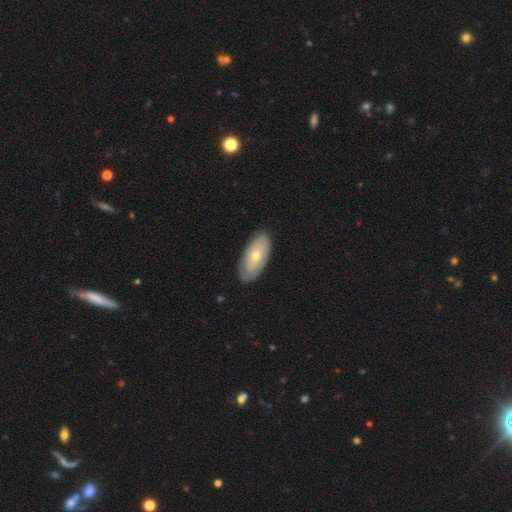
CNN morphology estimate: Smooth or featured? Predicted: smooth (p=0.60). How rounded? Predicted: in between (p=0.92). Merging? Predicted: none (p=0.83).